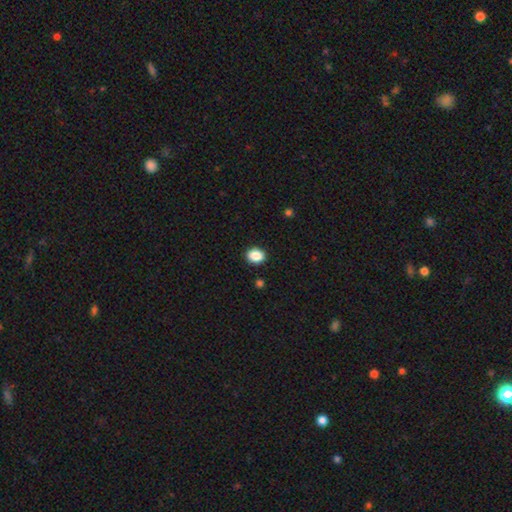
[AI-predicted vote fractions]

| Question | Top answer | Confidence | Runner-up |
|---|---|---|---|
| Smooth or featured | smooth | 88% | star or artifact (9%) |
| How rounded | in between | 51% | round (48%) |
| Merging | none | 90% | minor disturbance (7%) |